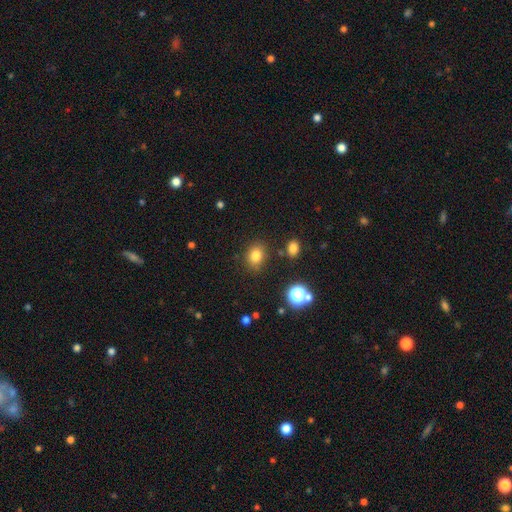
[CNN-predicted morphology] type=smooth (79%); roundness=in between (54%); merging=none (83%).